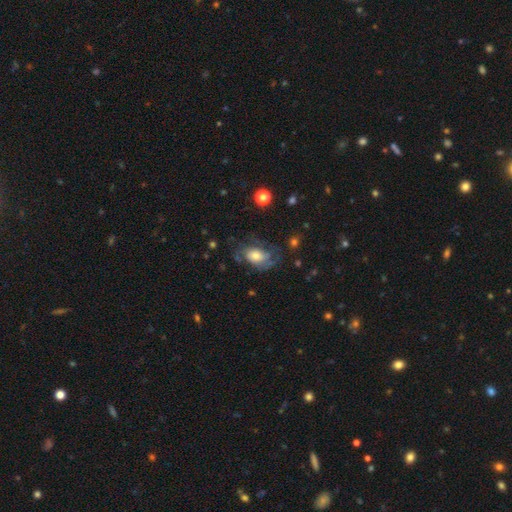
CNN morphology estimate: Smooth or featured: featured or disk — 55% (smooth — 36%)
Edge-on disk: no — 96% (yes — 4%)
Bar: no — 74% (weak — 22%)
Spiral arms: yes — 78% (no — 22%)
Bulge size: moderate — 40% (large — 30%)
Merging: none — 54% (minor disturbance — 23%)